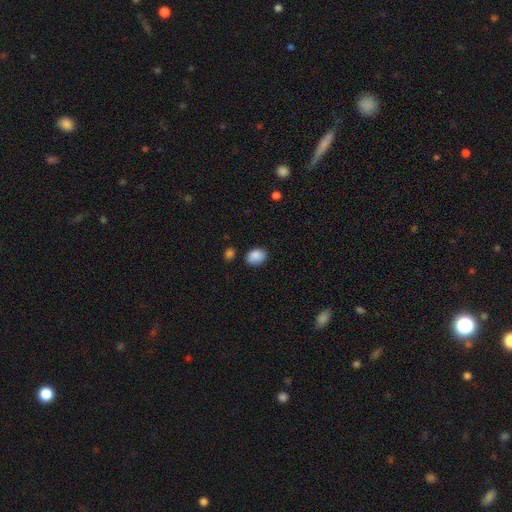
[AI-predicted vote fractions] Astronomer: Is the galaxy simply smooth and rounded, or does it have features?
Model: smooth — 88%.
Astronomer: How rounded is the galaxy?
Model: in between — 75%.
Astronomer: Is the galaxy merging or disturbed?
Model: none — 80%.